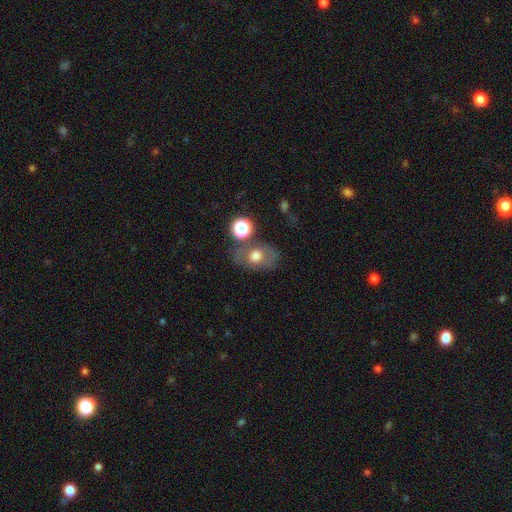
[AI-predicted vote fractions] smooth 60%, featured or disk 27%, star or artifact 13%. Down the decision tree: how rounded — in between (66%); merging — none (63%).